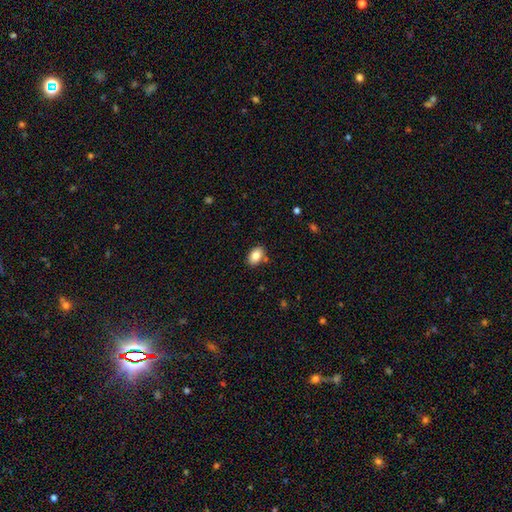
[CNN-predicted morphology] Smooth or featured? Predicted: smooth (p=0.83). How rounded? Predicted: in between (p=0.85). Merging? Predicted: none (p=0.83).